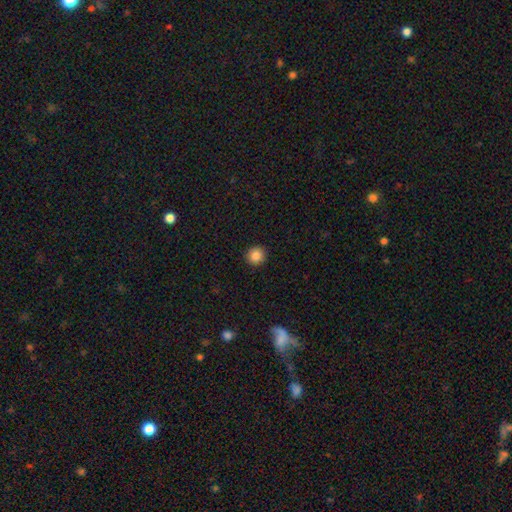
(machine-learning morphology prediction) smooth_or_featured: smooth (p=0.86) [alt: star or artifact p=0.10]
how_rounded: round (p=0.94) [alt: in between p=0.05]
merging: none (p=0.92) [alt: minor disturbance p=0.05]